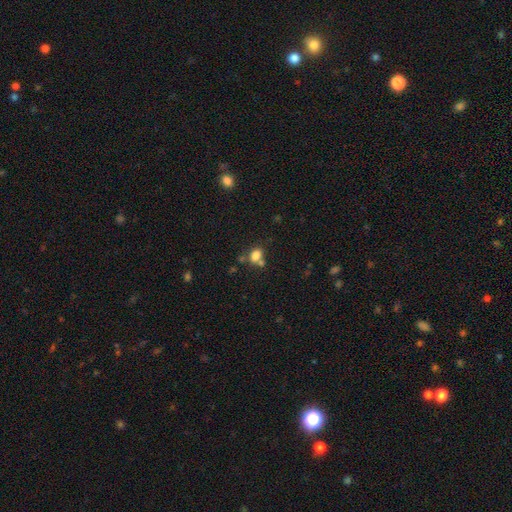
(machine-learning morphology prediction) Q: Smooth or featured?
A: smooth (78%); runner-up: star or artifact (13%)
Q: How rounded?
A: in between (54%); runner-up: round (45%)
Q: Merging?
A: none (53%); runner-up: merger (28%)